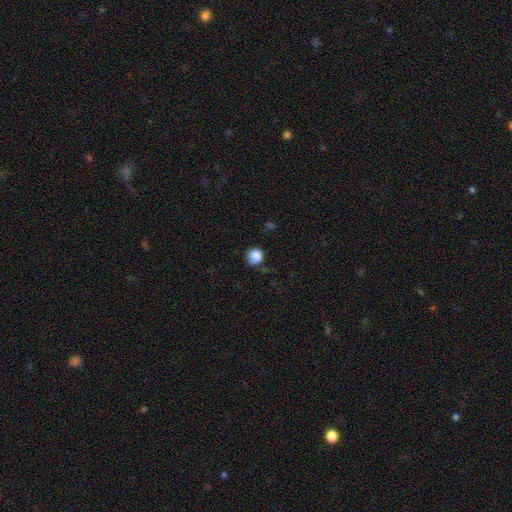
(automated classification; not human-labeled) smooth_or_featured: smooth (p=0.86) [alt: star or artifact p=0.09]
how_rounded: round (p=0.84) [alt: in between p=0.15]
merging: none (p=0.64) [alt: minor disturbance p=0.27]